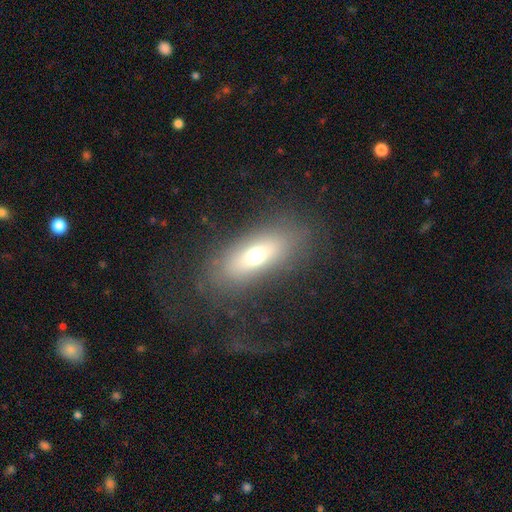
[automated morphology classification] A smooth galaxy with no disk features (61%) that is in between round and cigar-shaped (72%).

Vote fractions:
- Smooth or featured? smooth: 61% / featured or disk: 28% / star or artifact: 11%
- How rounded? in between: 72% / cigar-shaped: 21% / round: 7%
- Merging? none: 77% / minor disturbance: 12% / major disturbance: 9% / merger: 1%